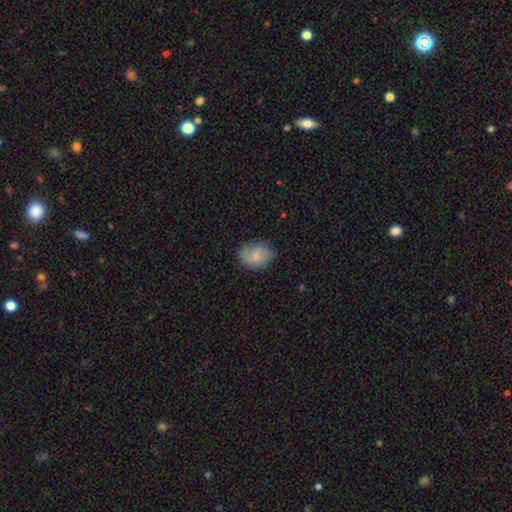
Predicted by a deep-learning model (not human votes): This is likely a smooth galaxy (65%). How rounded: possibly in between (54%). Merging: likely none (74%).